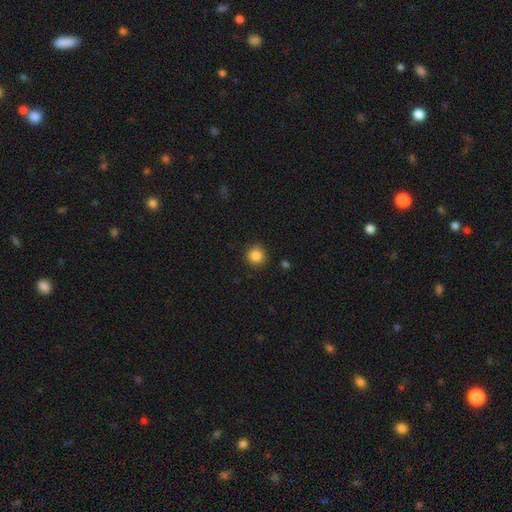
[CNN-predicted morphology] This appears to be a smooth galaxy with no disk features (86%) that is round (94%). Merging: none (89%).